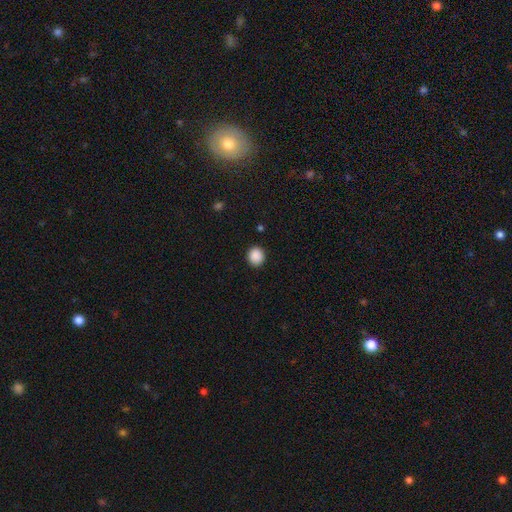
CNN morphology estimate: Smooth or featured?
  - smooth: 89% *
  - star or artifact: 9%
  - featured or disk: 2%
How rounded?
  - round: 83% *
  - in between: 16%
  - cigar-shaped: 1%
Merging?
  - none: 91% *
  - minor disturbance: 6%
  - major disturbance: 2%
  - merger: 1%